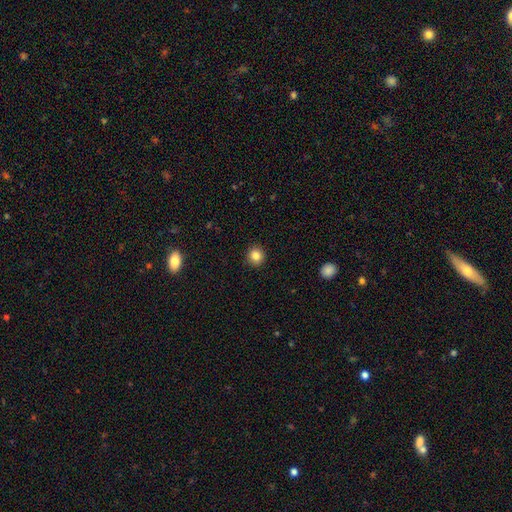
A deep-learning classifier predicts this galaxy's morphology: The model was most divided on "smooth or featured": smooth: 84%, star or artifact: 11%, featured or disk: 5%. More confident: merging — none (92%); how rounded — round (92%).